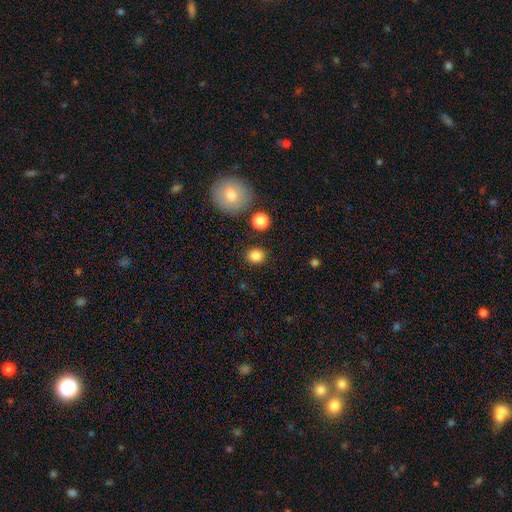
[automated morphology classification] Q: Smooth or featured?
A: smooth (85%); runner-up: star or artifact (11%)
Q: How rounded?
A: round (68%); runner-up: in between (31%)
Q: Merging?
A: none (85%); runner-up: minor disturbance (9%)